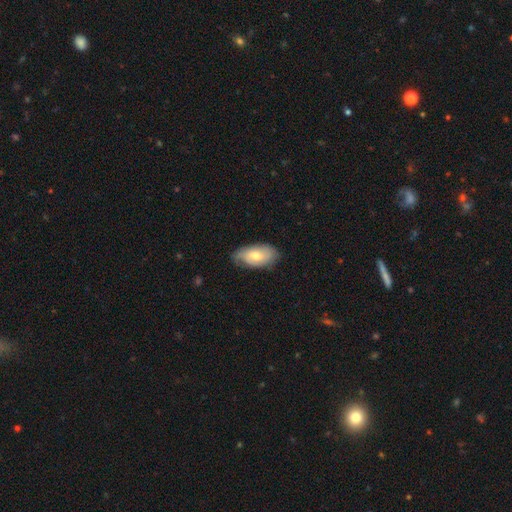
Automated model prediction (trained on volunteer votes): smooth-or-featured: smooth: 53% | featured or disk: 41% | star or artifact: 6%
  how-rounded: in between: 92% | round: 4% | cigar-shaped: 3%
  merging: none: 71% | minor disturbance: 24% | major disturbance: 4% | merger: 1%